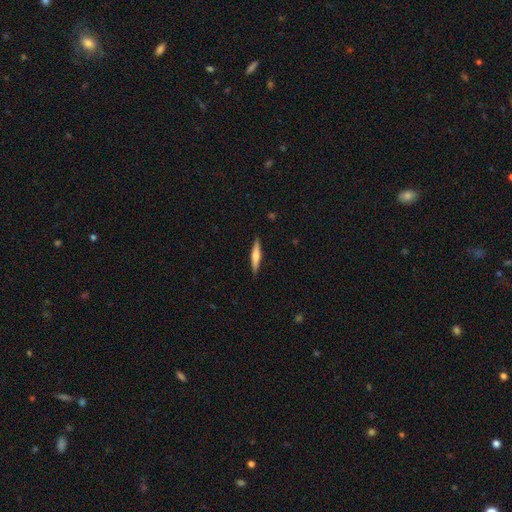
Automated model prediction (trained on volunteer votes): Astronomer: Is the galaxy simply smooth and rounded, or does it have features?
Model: smooth — 47%, tied with featured or disk at 47%.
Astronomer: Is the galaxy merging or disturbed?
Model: none — 90%.